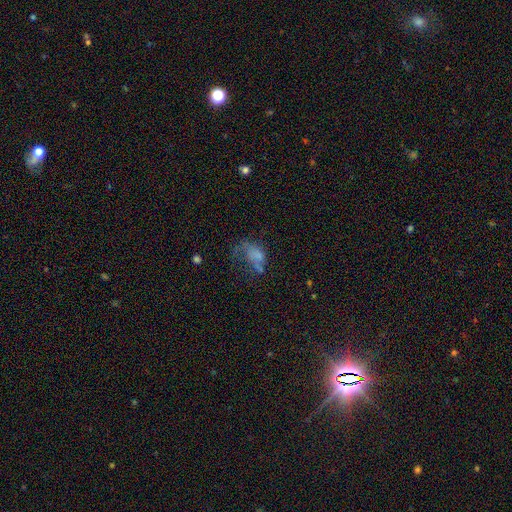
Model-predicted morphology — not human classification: Overall: smooth (48%; featured or disk 35%). Merging: major disturbance (49%; none 22%).